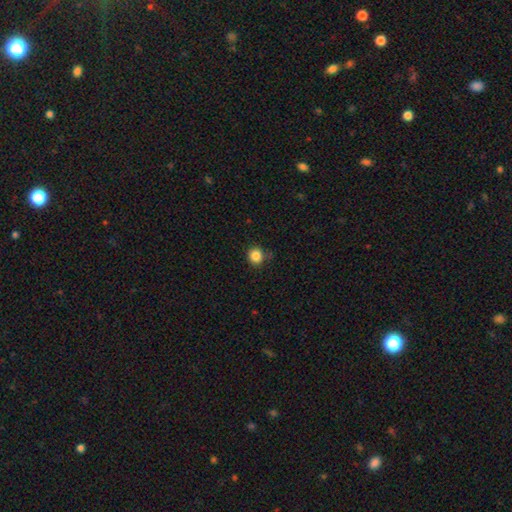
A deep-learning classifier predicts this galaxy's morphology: This appears to be a smooth galaxy with no disk features (86%) that is round (89%). Merging: none (84%).